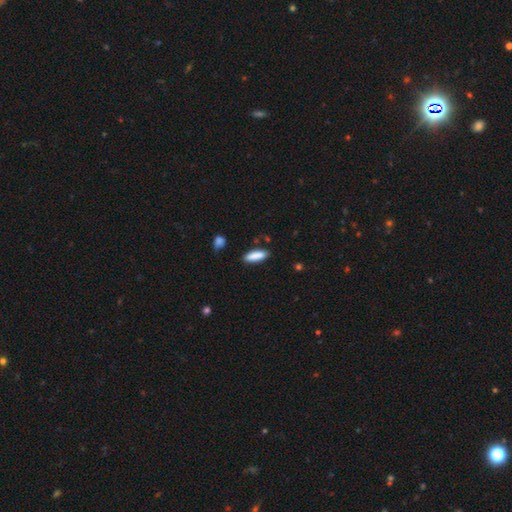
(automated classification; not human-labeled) smooth_or_featured: smooth (p=0.88) [alt: star or artifact p=0.06]
how_rounded: cigar-shaped (p=0.50) [alt: in between p=0.48]
merging: none (p=0.84) [alt: minor disturbance p=0.12]